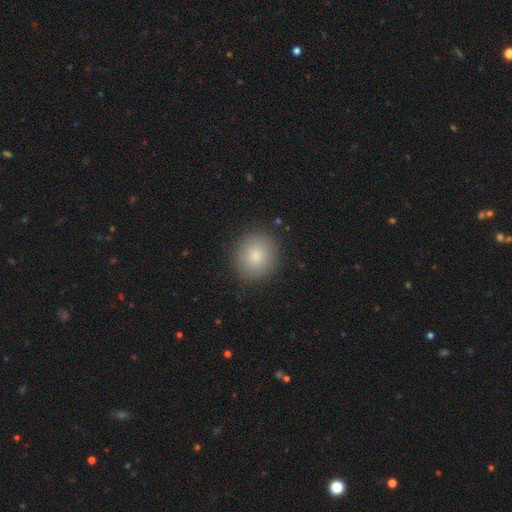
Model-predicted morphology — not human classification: Smooth or featured?
  - smooth: 82% *
  - star or artifact: 9%
  - featured or disk: 9%
How rounded?
  - round: 86% *
  - in between: 13%
  - cigar-shaped: 1%
Merging?
  - none: 88% *
  - minor disturbance: 8%
  - major disturbance: 3%
  - merger: 1%